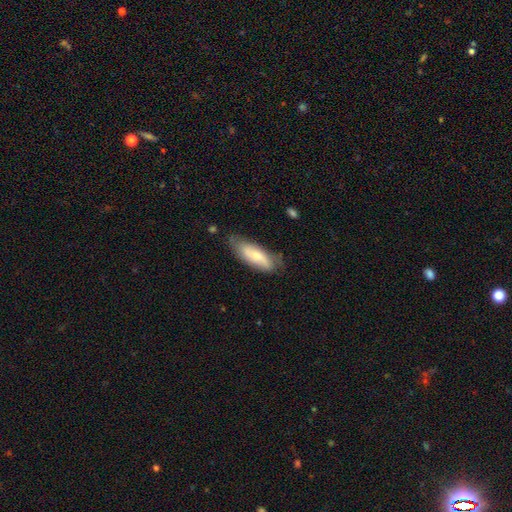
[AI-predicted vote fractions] smooth 59%, featured or disk 34%, star or artifact 6%. Down the decision tree: how rounded — in between (67%); merging — none (65%).